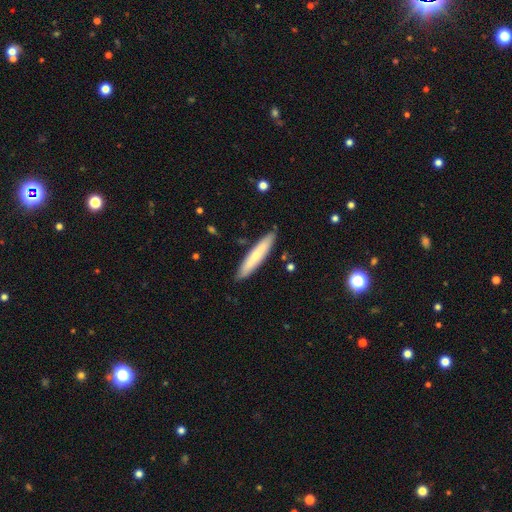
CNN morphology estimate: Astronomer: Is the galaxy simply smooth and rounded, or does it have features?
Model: smooth — 61%.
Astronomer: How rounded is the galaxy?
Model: cigar-shaped — 89%.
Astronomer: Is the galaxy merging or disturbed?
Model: none — 88%.